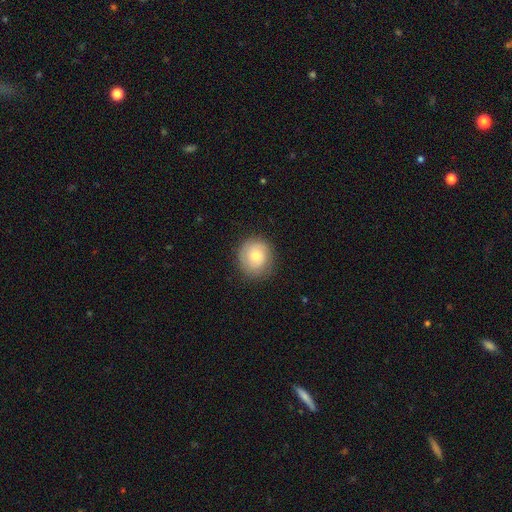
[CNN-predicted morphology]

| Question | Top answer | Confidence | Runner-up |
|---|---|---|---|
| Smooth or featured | smooth | 64% | featured or disk (29%) |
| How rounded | round | 88% | in between (11%) |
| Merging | none | 83% | minor disturbance (12%) |